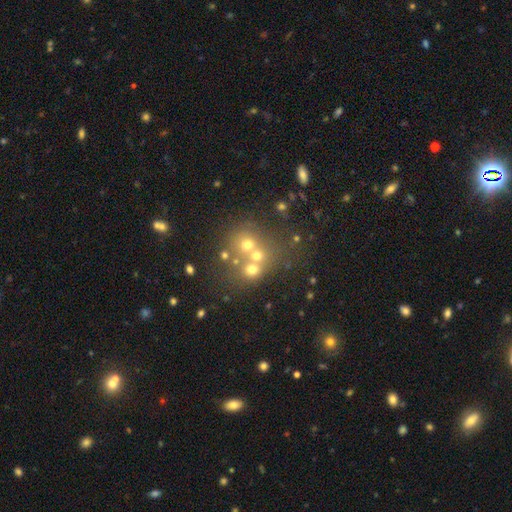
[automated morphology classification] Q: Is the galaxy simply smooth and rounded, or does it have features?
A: smooth — 51%.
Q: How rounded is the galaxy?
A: round — 77%.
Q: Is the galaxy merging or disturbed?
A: merger — 45%.